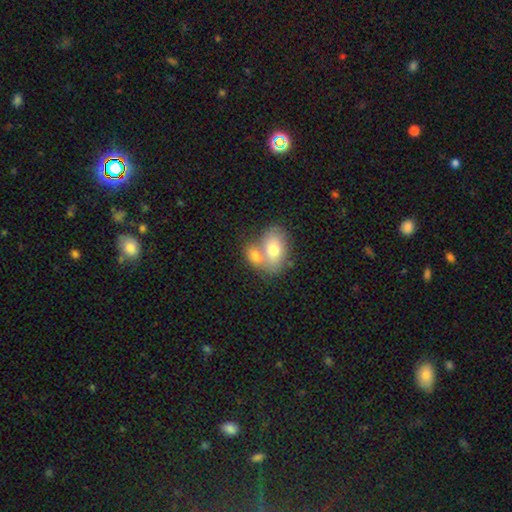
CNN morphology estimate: The model was most divided on "merging": merger: 66%, none: 24%, minor disturbance: 7%, major disturbance: 3%. More confident: how rounded — in between (75%); smooth or featured — smooth (71%).